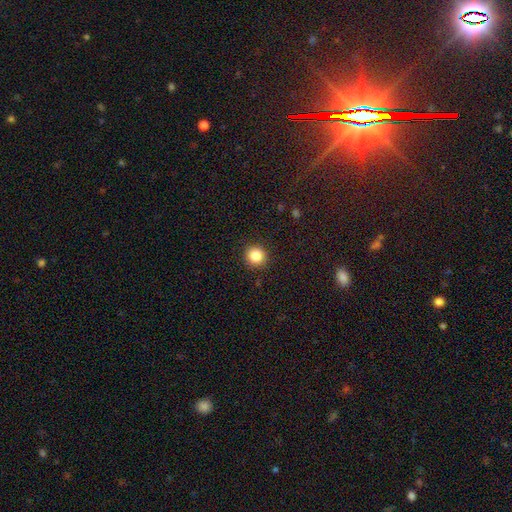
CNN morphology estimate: type=smooth (86%); roundness=round (93%); merging=none (91%).